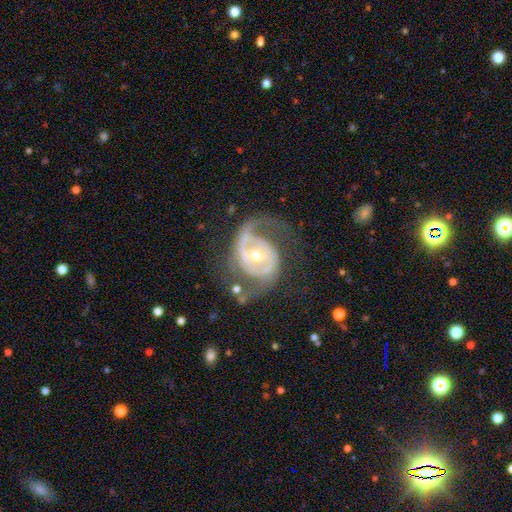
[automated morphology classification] This appears to be a featured or disk galaxy (88%) with no bar (43%), 2 (69%) medium (48%) spiral arms (94%) and a moderate central bulge (55%). Merging: none (54%).